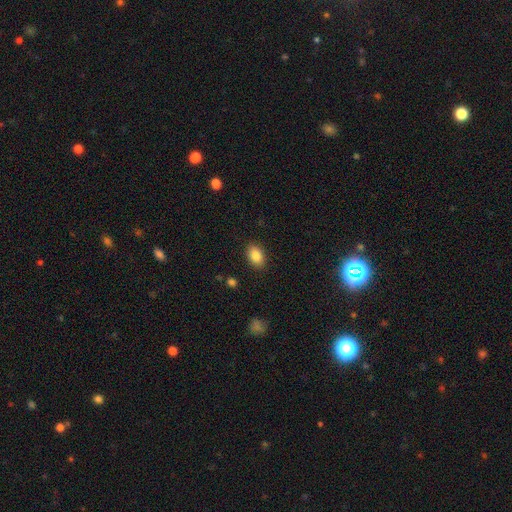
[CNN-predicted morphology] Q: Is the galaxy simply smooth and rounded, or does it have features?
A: smooth — 86%.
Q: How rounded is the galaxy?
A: in between — 85%.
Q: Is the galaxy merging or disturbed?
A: none — 88%.